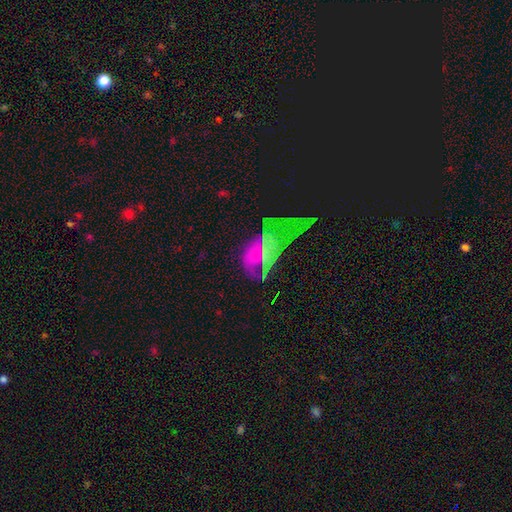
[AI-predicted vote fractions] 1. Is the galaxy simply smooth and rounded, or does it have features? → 45% featured or disk, 29% star or artifact, 26% smooth.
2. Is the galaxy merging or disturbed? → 35% none, 30% major disturbance, 20% minor disturbance, 15% merger.